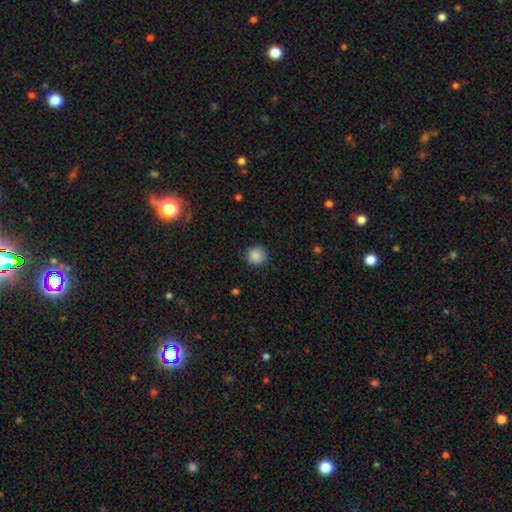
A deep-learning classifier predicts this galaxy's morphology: Smooth or featured?
  - smooth: 88% *
  - star or artifact: 9%
  - featured or disk: 3%
How rounded?
  - round: 93% *
  - in between: 6%
  - cigar-shaped: 1%
Merging?
  - none: 89% *
  - minor disturbance: 8%
  - major disturbance: 2%
  - merger: 1%